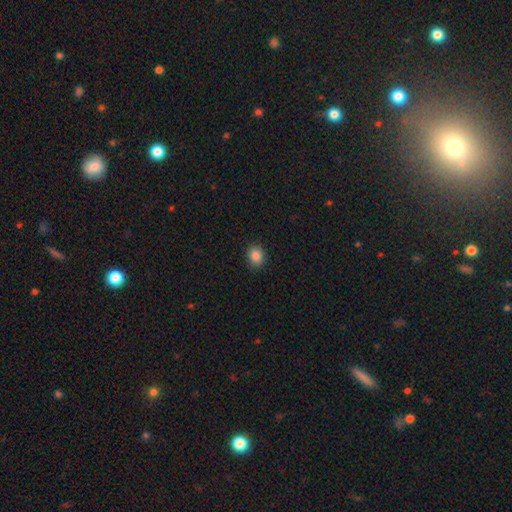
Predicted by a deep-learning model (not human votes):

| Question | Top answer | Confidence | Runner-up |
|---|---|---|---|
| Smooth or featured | smooth | 87% | star or artifact (10%) |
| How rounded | round | 65% | in between (34%) |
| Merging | none | 89% | minor disturbance (8%) |